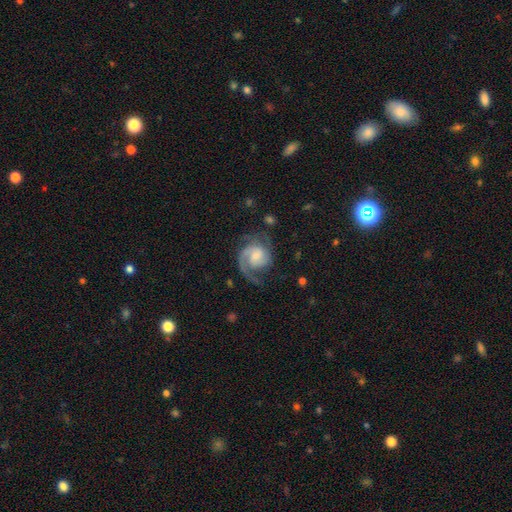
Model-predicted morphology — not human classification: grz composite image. It shows a featured or disk galaxy (85%) with no bar (57%), 2 (61%) medium (48%) spiral arms (97%) and a small central bulge (40%). Merging: none (63%).